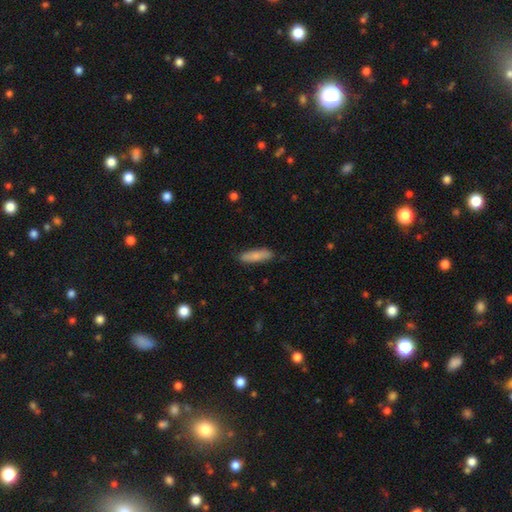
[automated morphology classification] This is clearly a smooth galaxy (81%). How rounded: likely cigar-shaped (67%). Merging: clearly none (85%).